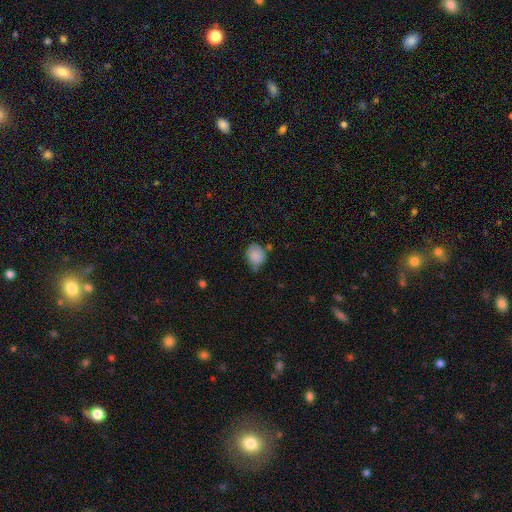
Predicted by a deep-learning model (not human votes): smooth_or_featured: smooth (p=0.83) [alt: star or artifact p=0.09]
how_rounded: in between (p=0.51) [alt: round p=0.48]
merging: none (p=0.48) [alt: minor disturbance p=0.37]